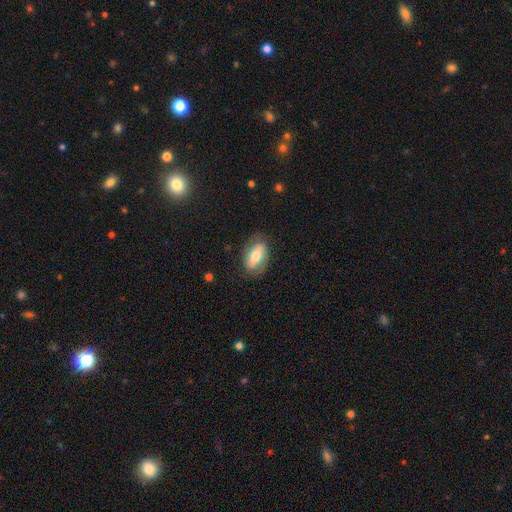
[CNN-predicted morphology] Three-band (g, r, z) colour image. It shows a smooth galaxy with no disk features (59%) that is in between round and cigar-shaped (88%). Merging: none (77%).